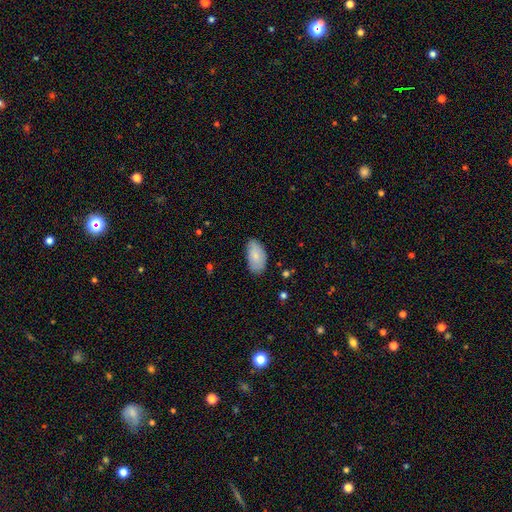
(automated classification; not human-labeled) This is clearly a smooth galaxy (80%). How rounded: clearly in between (95%). Merging: likely none (79%).